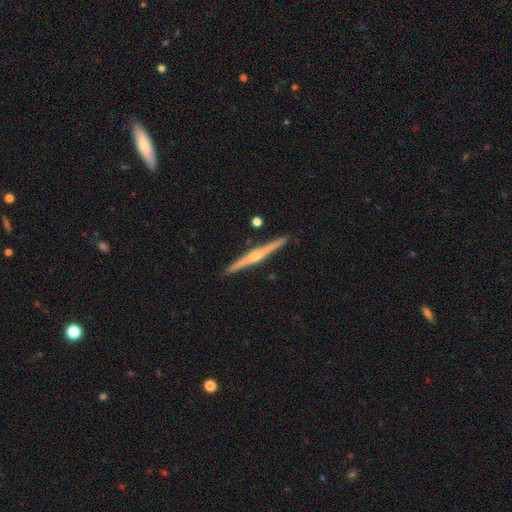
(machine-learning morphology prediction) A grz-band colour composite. It shows a featured or disk galaxy (79%) viewed edge-on (98%) with a rounded central bulge (86%). Merging: none (91%).